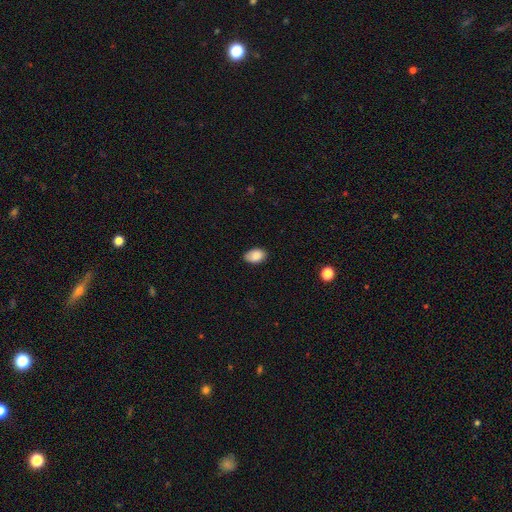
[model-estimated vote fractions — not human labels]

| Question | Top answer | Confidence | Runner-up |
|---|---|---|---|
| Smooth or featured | smooth | 87% | star or artifact (7%) |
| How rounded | in between | 91% | round (8%) |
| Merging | none | 82% | minor disturbance (14%) |